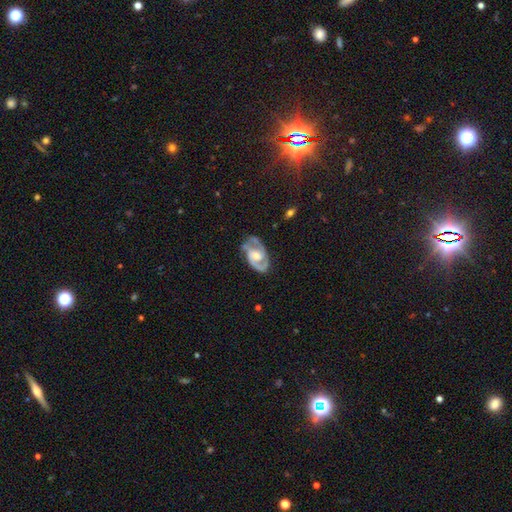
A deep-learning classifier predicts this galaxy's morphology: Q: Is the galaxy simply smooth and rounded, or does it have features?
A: featured or disk — 88%.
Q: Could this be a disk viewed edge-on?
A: no — 97%.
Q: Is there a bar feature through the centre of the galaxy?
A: no — 49%.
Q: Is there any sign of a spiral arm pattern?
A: yes — 97%.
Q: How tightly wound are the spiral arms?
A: medium — 52%.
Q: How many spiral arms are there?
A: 2 — 88%.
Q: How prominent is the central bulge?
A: moderate — 61%.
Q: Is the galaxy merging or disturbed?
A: none — 71%.